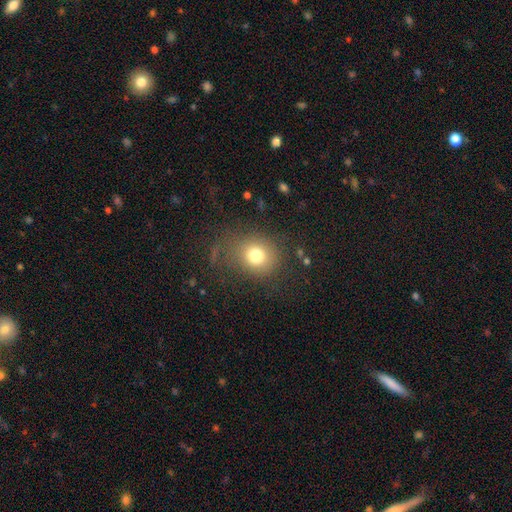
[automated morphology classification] Smooth or featured? smooth (76%)
How rounded? round (74%)
Merging? none (69%)